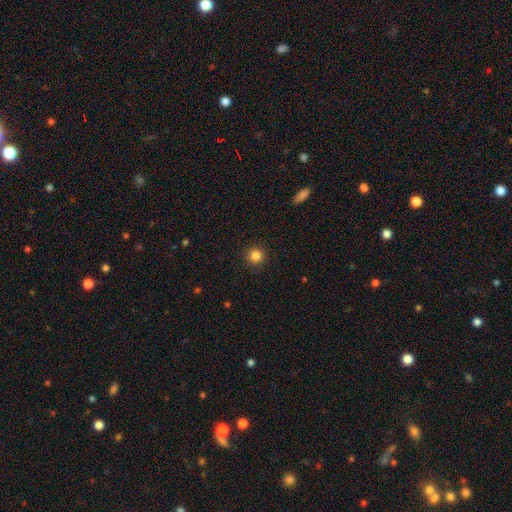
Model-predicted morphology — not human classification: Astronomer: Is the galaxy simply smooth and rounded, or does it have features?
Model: smooth — 84%.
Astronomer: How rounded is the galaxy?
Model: round — 95%.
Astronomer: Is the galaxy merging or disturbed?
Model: none — 92%.